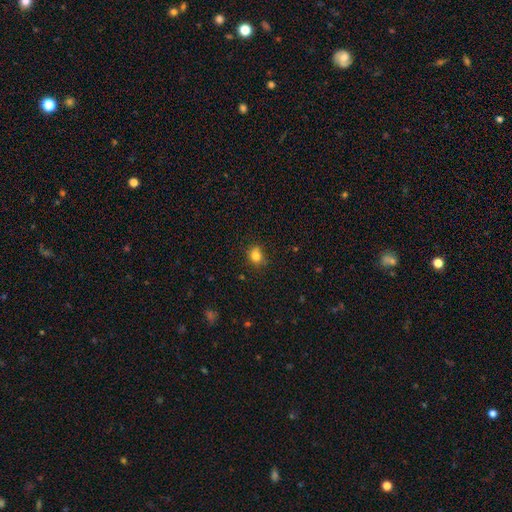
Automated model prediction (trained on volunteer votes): Morphology: type=smooth (81%); roundness=round (68%); merging=none (69%).